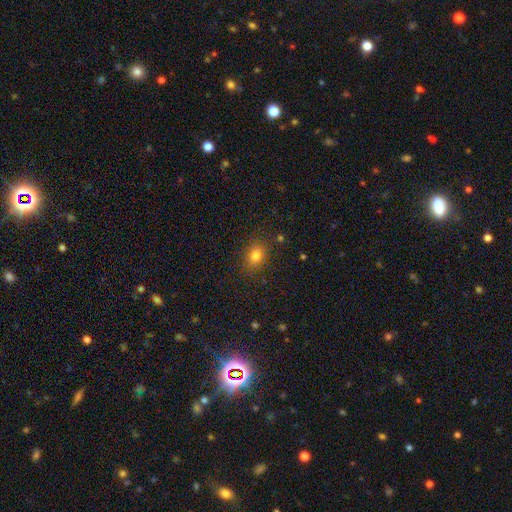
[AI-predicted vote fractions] smooth-or-featured: smooth: 80% | star or artifact: 13% | featured or disk: 7%
  how-rounded: in between: 62% | round: 36% | cigar-shaped: 1%
  merging: none: 85% | minor disturbance: 10% | major disturbance: 3% | merger: 2%